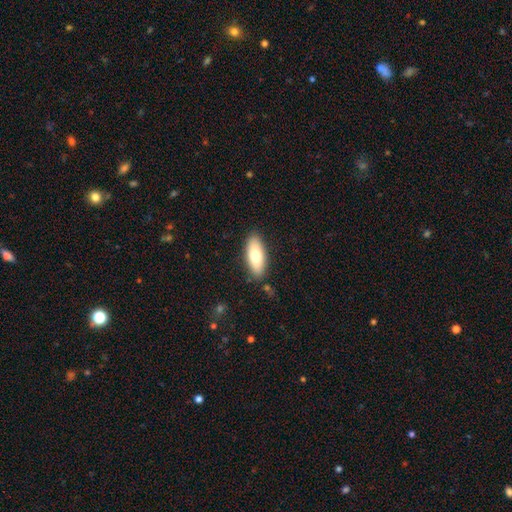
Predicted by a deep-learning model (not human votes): smooth-or-featured: smooth: 74% | featured or disk: 20% | star or artifact: 6%
  how-rounded: in between: 75% | cigar-shaped: 23% | round: 2%
  merging: none: 86% | minor disturbance: 10% | major disturbance: 2% | merger: 2%